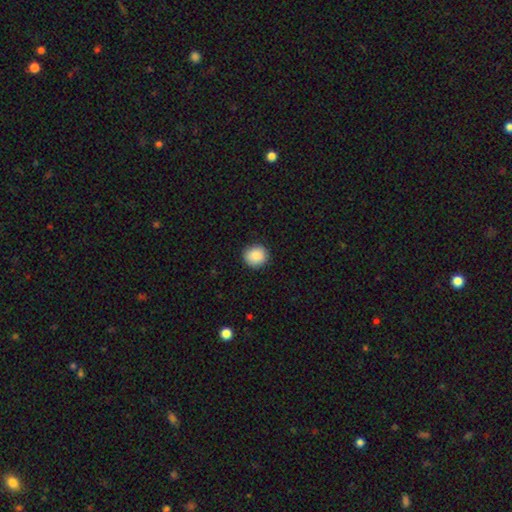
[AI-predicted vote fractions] Smooth or featured: smooth — 88% (star or artifact — 8%)
How rounded: round — 90% (in between — 9%)
Merging: none — 91% (minor disturbance — 6%)